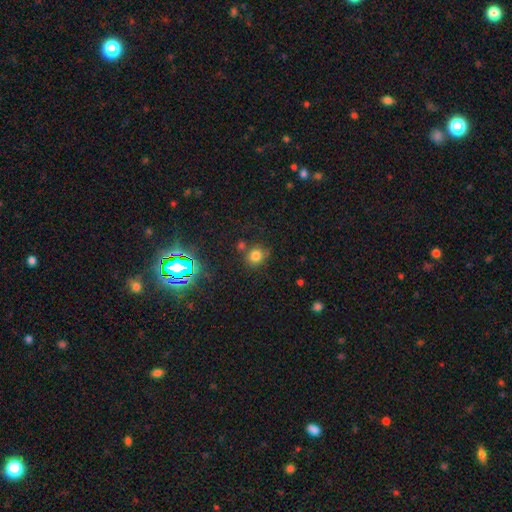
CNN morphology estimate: Overall: smooth (73%). How rounded: round (78%). Merging: none (70%).